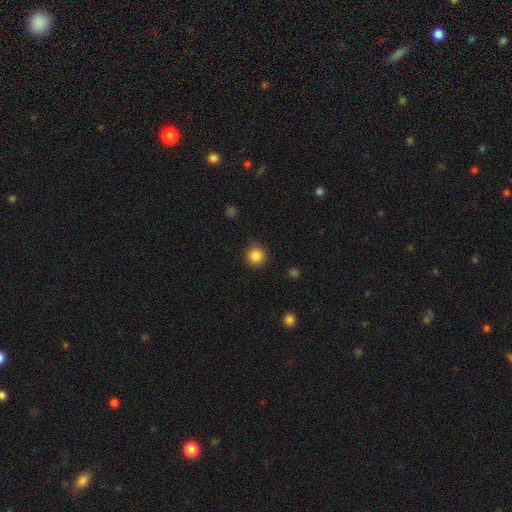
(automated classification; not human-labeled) A smooth galaxy with no disk features (85%) that is round (94%).

Vote fractions:
- Smooth or featured? smooth: 85% / star or artifact: 11% / featured or disk: 4%
- How rounded? round: 94% / in between: 5% / cigar-shaped: 1%
- Merging? none: 83% / minor disturbance: 13% / major disturbance: 3% / merger: 2%